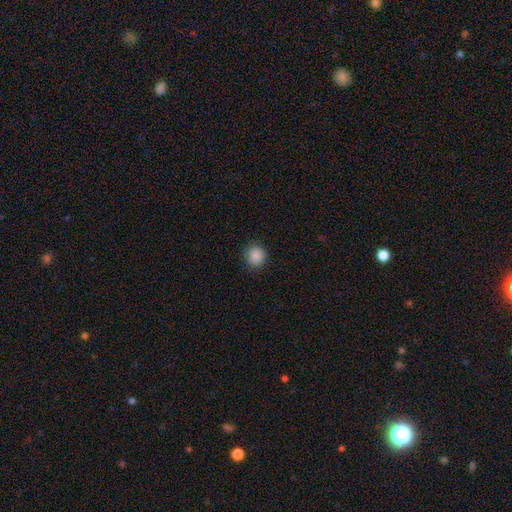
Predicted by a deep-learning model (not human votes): Q: Smooth or featured?
A: smooth (88%); runner-up: star or artifact (9%)
Q: How rounded?
A: round (87%); runner-up: in between (12%)
Q: Merging?
A: none (89%); runner-up: minor disturbance (8%)